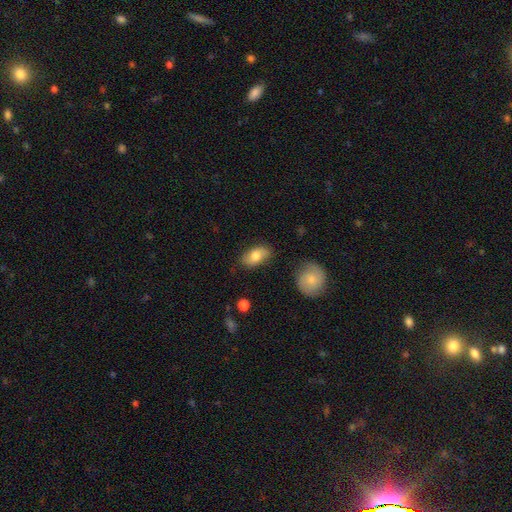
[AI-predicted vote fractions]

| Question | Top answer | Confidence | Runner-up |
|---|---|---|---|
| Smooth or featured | smooth | 77% | featured or disk (16%) |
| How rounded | in between | 91% | round (6%) |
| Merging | none | 80% | minor disturbance (15%) |